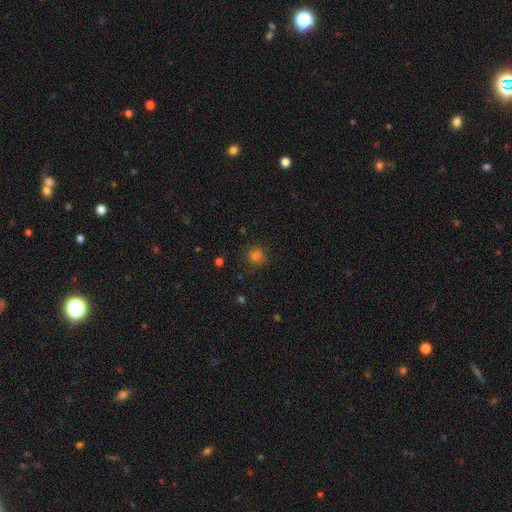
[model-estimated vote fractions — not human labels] This appears to be a smooth galaxy with no disk features (79%) that is round (91%). Merging: none (88%).